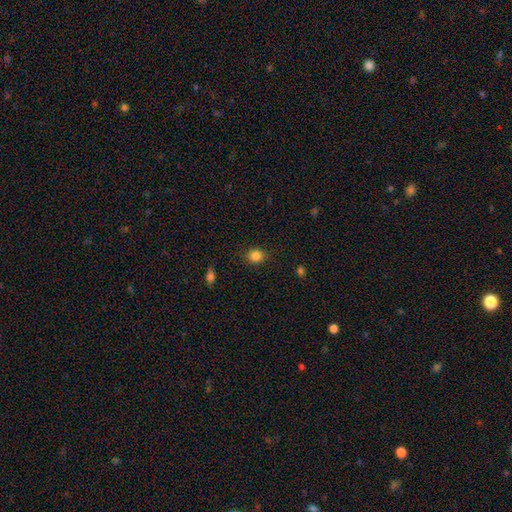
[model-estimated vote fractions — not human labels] Smooth or featured?
  - smooth: 84% *
  - star or artifact: 11%
  - featured or disk: 4%
How rounded?
  - round: 80% *
  - in between: 19%
  - cigar-shaped: 1%
Merging?
  - none: 86% *
  - minor disturbance: 10%
  - major disturbance: 3%
  - merger: 1%